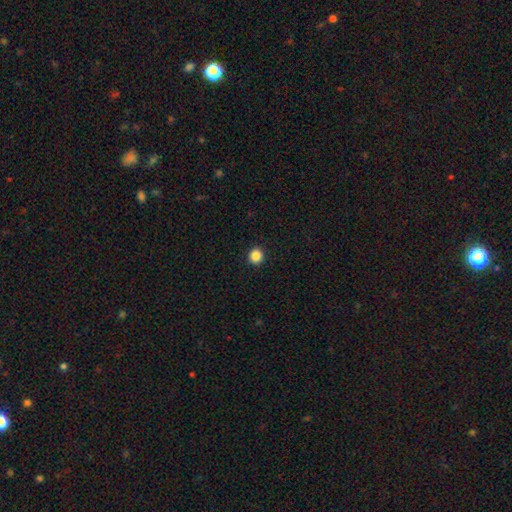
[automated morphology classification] smooth-or-featured: smooth: 87% | star or artifact: 10% | featured or disk: 3%
  how-rounded: round: 90% | in between: 9% | cigar-shaped: 1%
  merging: none: 93% | minor disturbance: 4% | major disturbance: 2% | merger: 1%